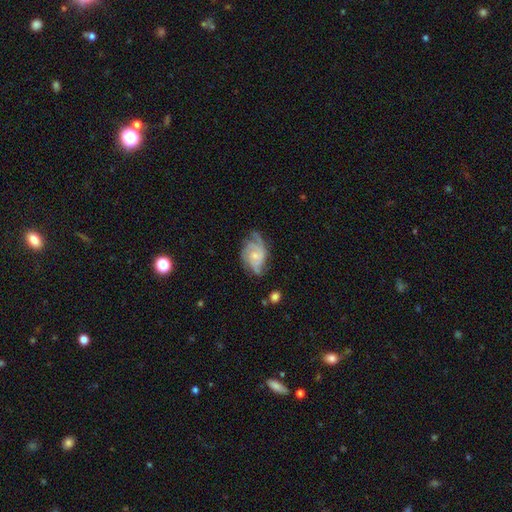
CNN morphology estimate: Smooth or featured: featured or disk — 79% (smooth — 15%)
Edge-on disk: no — 97% (yes — 3%)
Bar: no — 73% (weak — 23%)
Spiral arms: yes — 94% (no — 6%)
Spiral winding: medium — 43% (tight — 38%)
Spiral arm count: 3 — 34% (2 — 29%)
Bulge size: small — 57% (moderate — 35%)
Merging: none — 55% (minor disturbance — 28%)